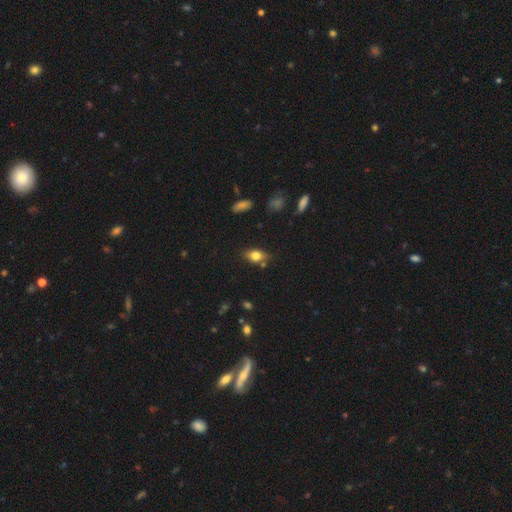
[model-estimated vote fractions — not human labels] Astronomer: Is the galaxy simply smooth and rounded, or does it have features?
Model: smooth — 73%.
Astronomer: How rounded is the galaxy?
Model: in between — 80%.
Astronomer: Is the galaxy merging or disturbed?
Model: none — 72%.